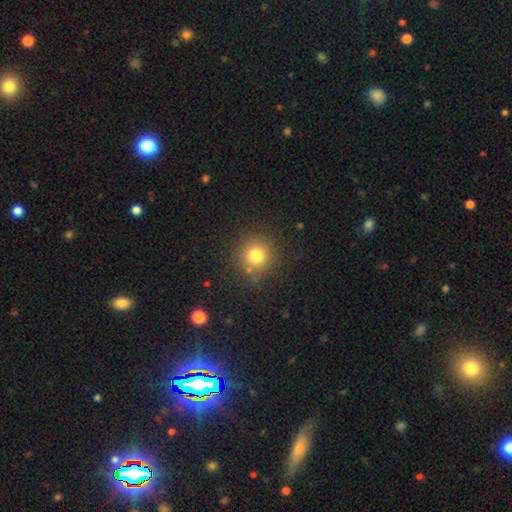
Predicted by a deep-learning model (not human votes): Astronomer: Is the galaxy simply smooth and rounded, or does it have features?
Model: smooth — 78%.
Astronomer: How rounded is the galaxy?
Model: round — 92%.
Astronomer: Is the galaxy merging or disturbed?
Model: none — 82%.